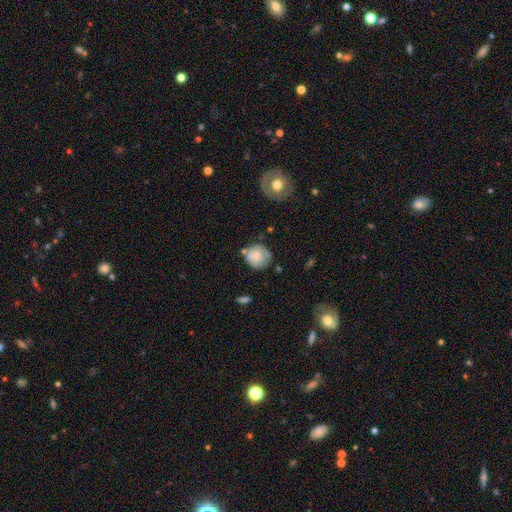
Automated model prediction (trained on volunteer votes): smooth_or_featured: smooth (p=0.70) [alt: featured or disk p=0.23]
how_rounded: round (p=0.85) [alt: in between p=0.14]
merging: none (p=0.61) [alt: minor disturbance p=0.24]